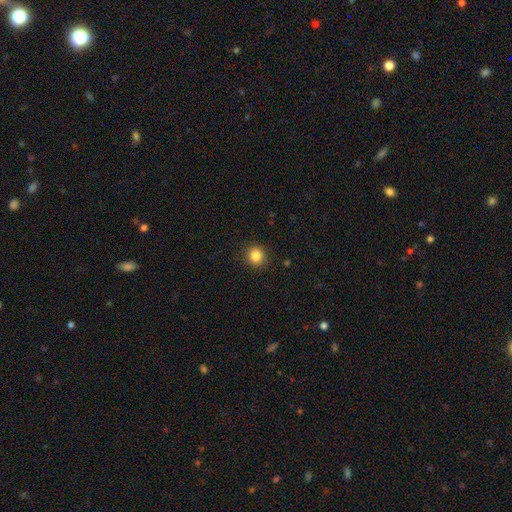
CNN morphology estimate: The model was most divided on "smooth or featured": smooth: 85%, star or artifact: 11%, featured or disk: 5%. More confident: merging — none (90%); how rounded — round (87%).